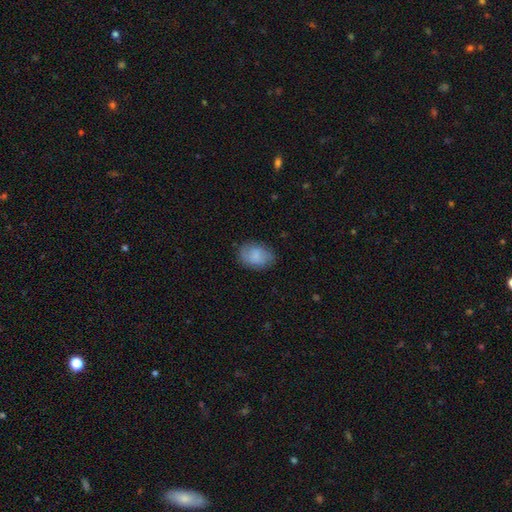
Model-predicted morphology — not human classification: smooth_or_featured: smooth (p=0.80) [alt: featured or disk p=0.13]
how_rounded: in between (p=0.81) [alt: round p=0.18]
merging: none (p=0.77) [alt: minor disturbance p=0.17]